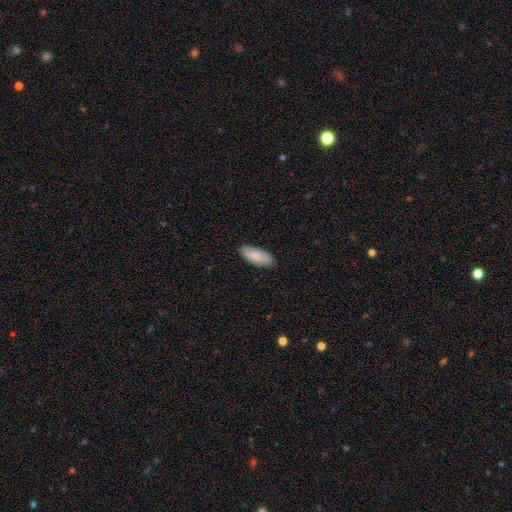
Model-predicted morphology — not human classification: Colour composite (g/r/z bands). It shows a smooth galaxy with no disk features (88%) that is in between round and cigar-shaped (80%). Merging: none (87%).